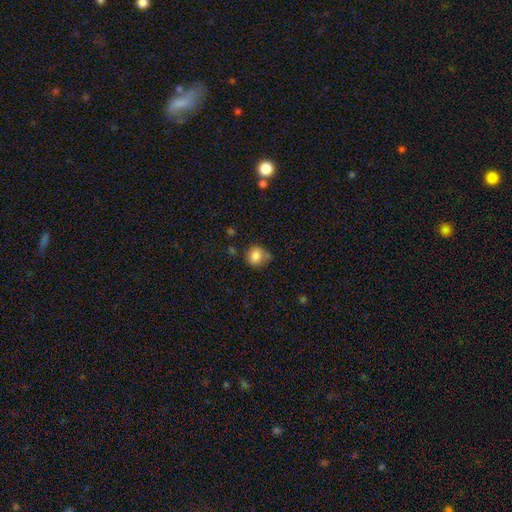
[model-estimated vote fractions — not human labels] smooth 83%, star or artifact 10%, featured or disk 7%. Down the decision tree: how rounded — round (74%); merging — none (57%).